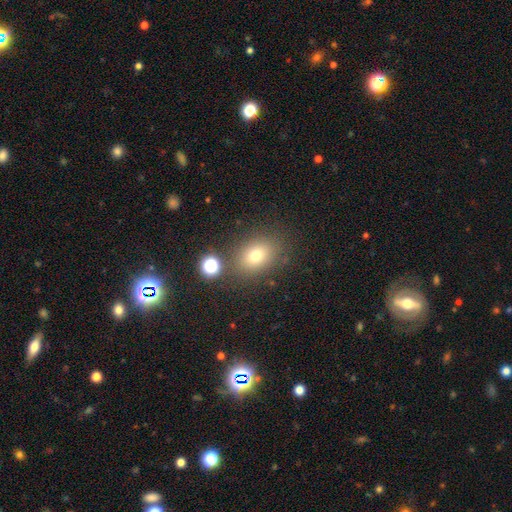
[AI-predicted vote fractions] This appears to be a smooth galaxy with no disk features (74%) that is in between round and cigar-shaped (65%). Merging: none (79%).